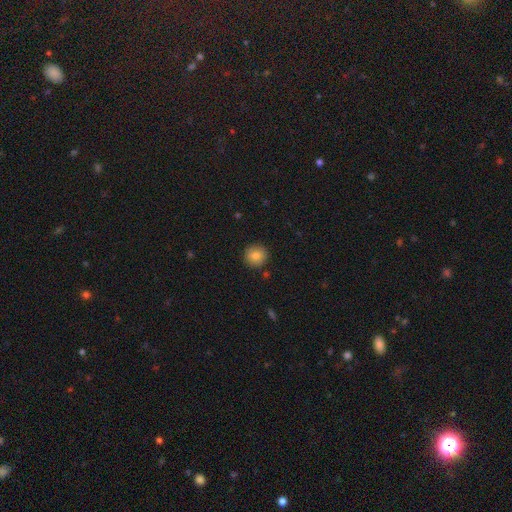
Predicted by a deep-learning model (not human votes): Smooth or featured? Predicted: smooth (p=0.81). How rounded? Predicted: round (p=0.93). Merging? Predicted: none (p=0.89).